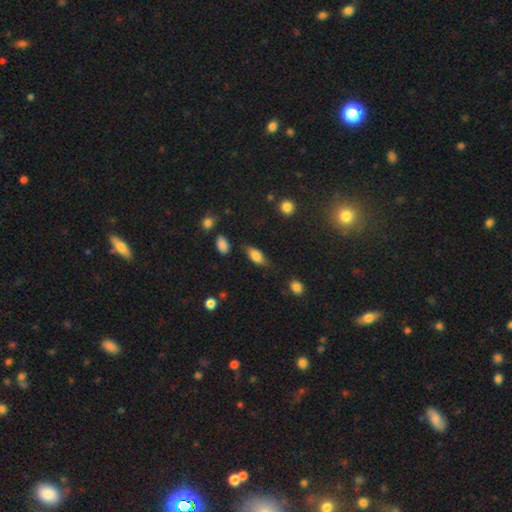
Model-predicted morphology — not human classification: This is likely a smooth galaxy (75%). How rounded: clearly in between (82%). Merging: likely none (73%).